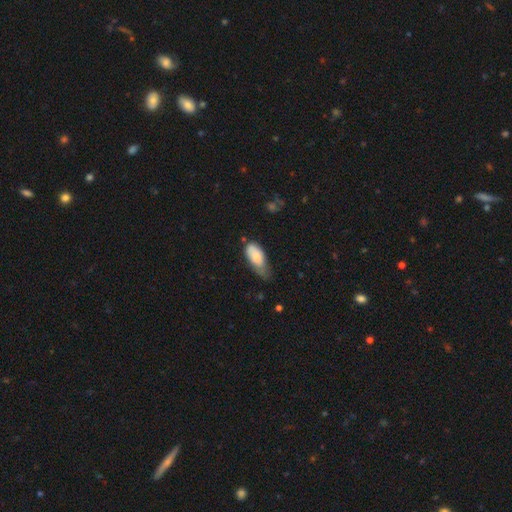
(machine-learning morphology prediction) This appears to be a smooth galaxy with no disk features (79%) that is in between round and cigar-shaped (88%). Merging: minor disturbance (48%).